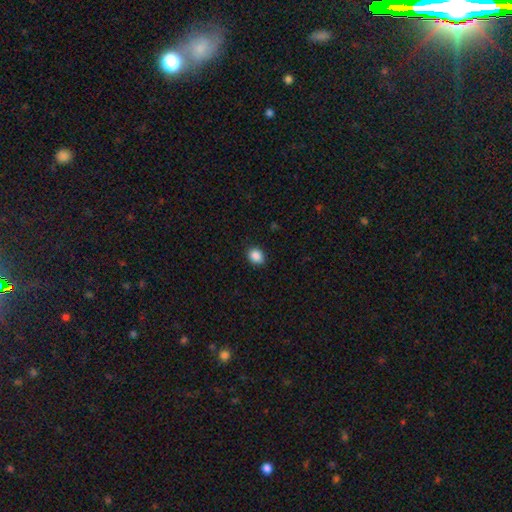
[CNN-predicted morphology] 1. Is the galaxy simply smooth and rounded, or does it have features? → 88% smooth, 9% star or artifact, 3% featured or disk.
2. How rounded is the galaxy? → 57% round, 42% in between, 1% cigar-shaped.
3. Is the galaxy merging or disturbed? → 88% none, 9% minor disturbance, 2% major disturbance, 1% merger.